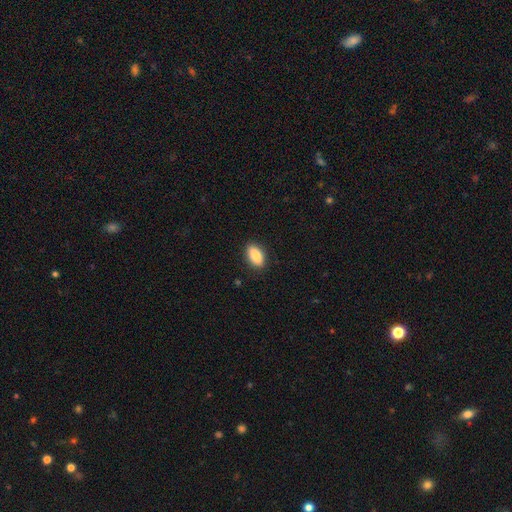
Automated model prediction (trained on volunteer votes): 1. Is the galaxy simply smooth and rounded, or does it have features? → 86% smooth, 7% star or artifact, 7% featured or disk.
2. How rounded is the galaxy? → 89% in between, 6% cigar-shaped, 5% round.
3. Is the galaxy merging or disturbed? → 88% none, 9% minor disturbance, 2% major disturbance, 1% merger.